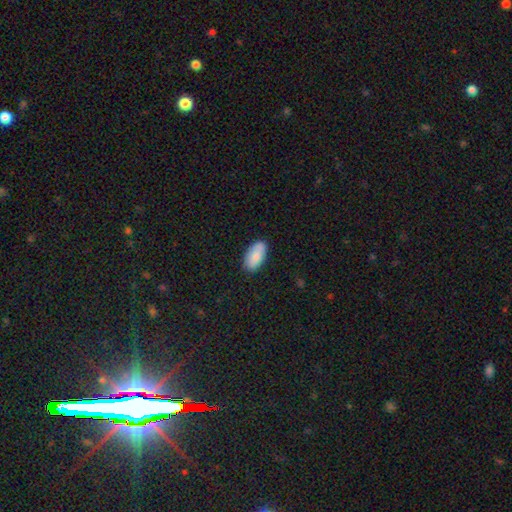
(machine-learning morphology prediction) Smooth or featured? smooth (85%)
How rounded? in between (94%)
Merging? none (81%)